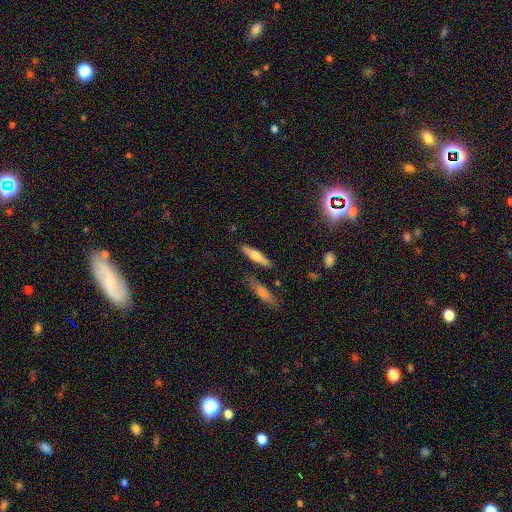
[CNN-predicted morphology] smooth 55%, featured or disk 38%, star or artifact 7%. Down the decision tree: how rounded — cigar-shaped (71%); merging — none (81%).